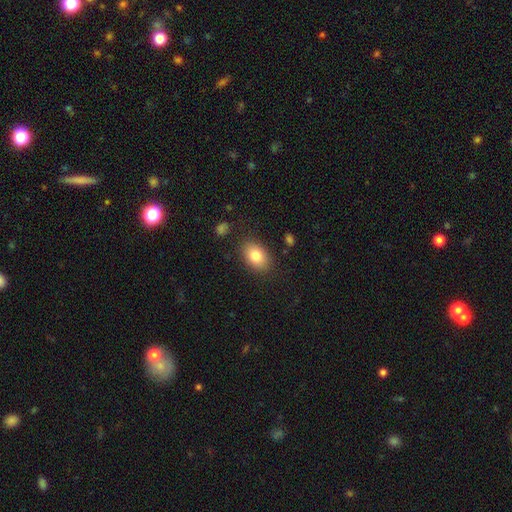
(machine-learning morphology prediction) Smooth or featured?
  - smooth: 81% *
  - featured or disk: 11%
  - star or artifact: 8%
How rounded?
  - in between: 83% *
  - round: 16%
  - cigar-shaped: 1%
Merging?
  - none: 85% *
  - minor disturbance: 10%
  - major disturbance: 3%
  - merger: 2%